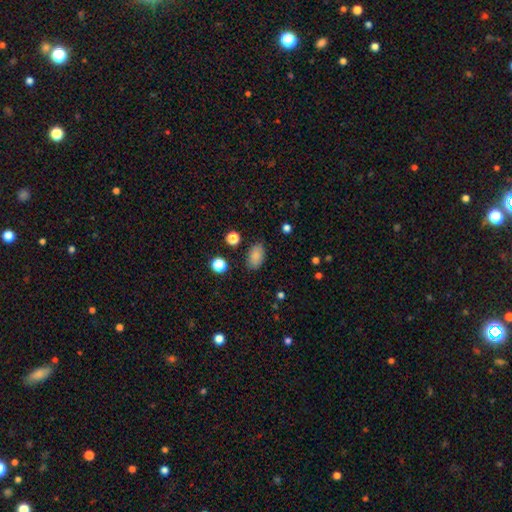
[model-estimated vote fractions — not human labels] Morphology: type=smooth (85%); roundness=in between (90%); merging=none (83%).